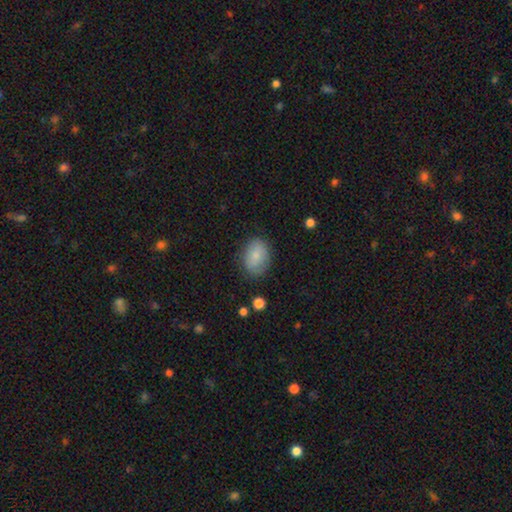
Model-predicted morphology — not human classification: A smooth galaxy with no disk features (82%) that is in between round and cigar-shaped (72%).

Vote fractions:
- Smooth or featured? smooth: 82% / featured or disk: 11% / star or artifact: 7%
- How rounded? in between: 72% / round: 26% / cigar-shaped: 1%
- Merging? none: 77% / minor disturbance: 17% / major disturbance: 5% / merger: 1%